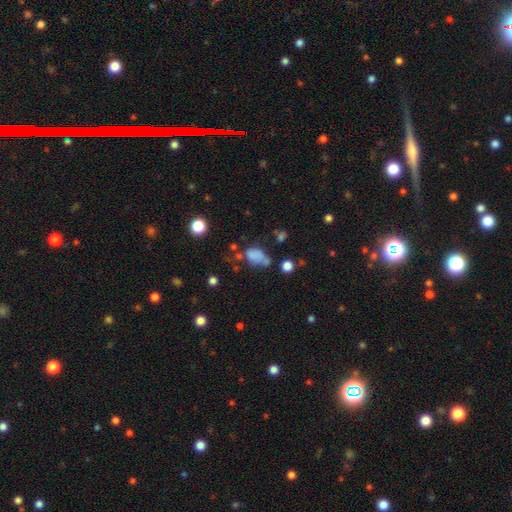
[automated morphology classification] A smooth galaxy with no disk features (69%) that is in between round and cigar-shaped (77%). Merging: none (31%).